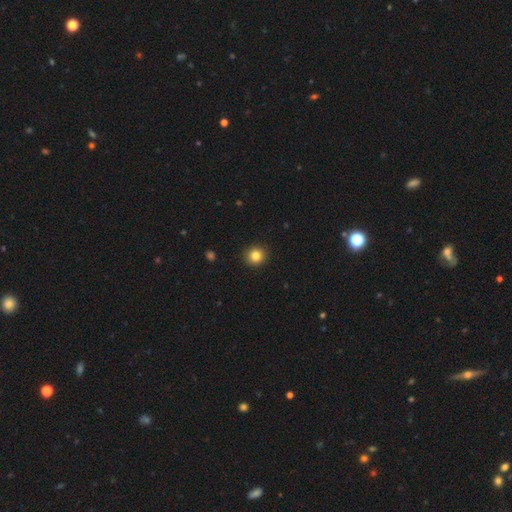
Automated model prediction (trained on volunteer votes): Smooth or featured?
  - smooth: 83% *
  - star or artifact: 11%
  - featured or disk: 6%
How rounded?
  - round: 91% *
  - in between: 9%
  - cigar-shaped: 1%
Merging?
  - none: 92% *
  - minor disturbance: 5%
  - major disturbance: 2%
  - merger: 1%